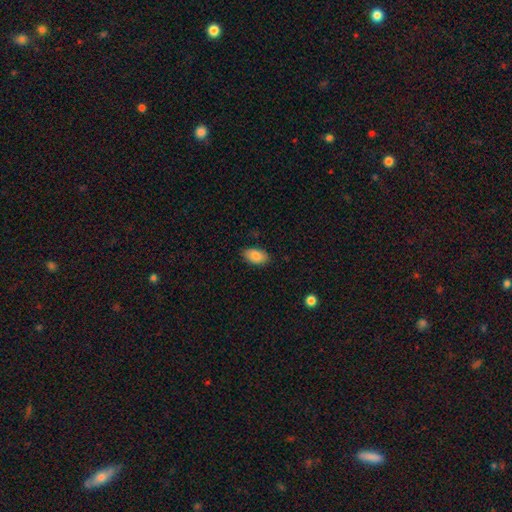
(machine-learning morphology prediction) This appears to be a smooth galaxy with no disk features (86%) that is in between round and cigar-shaped (93%). Merging: none (83%).